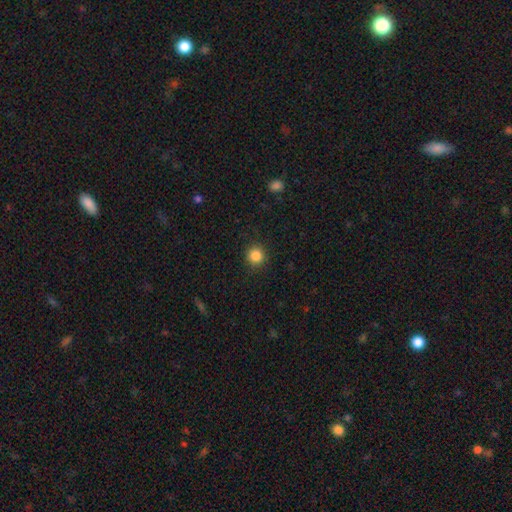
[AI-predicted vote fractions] The model was most divided on "smooth or featured": smooth: 85%, star or artifact: 11%, featured or disk: 4%. More confident: how rounded — round (94%); merging — none (91%).